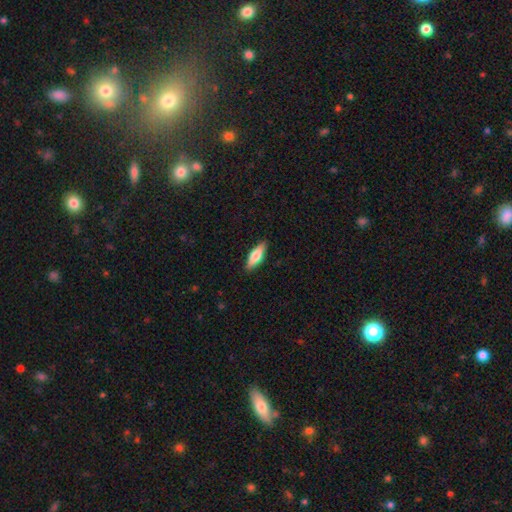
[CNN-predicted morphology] A smooth galaxy with no disk features (69%) that is in between round and cigar-shaped (52%). Merging: none (88%).